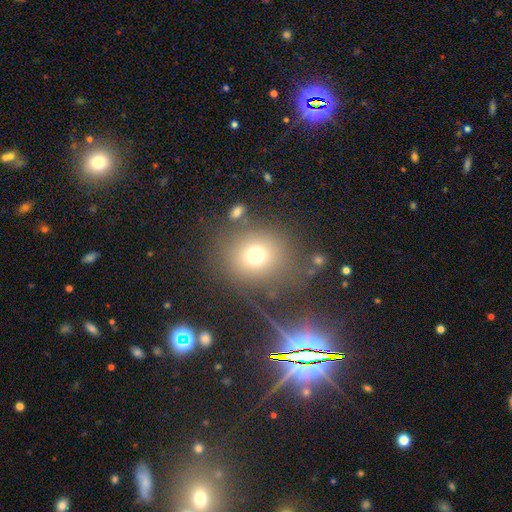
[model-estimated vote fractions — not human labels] Smooth or featured: smooth — 70% (star or artifact — 19%)
How rounded: round — 81% (in between — 18%)
Merging: none — 75% (minor disturbance — 11%)